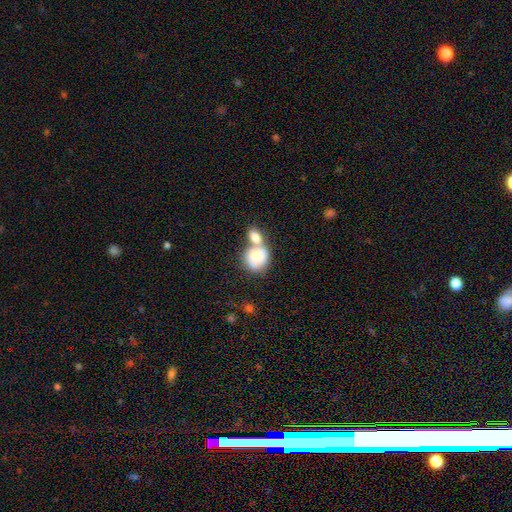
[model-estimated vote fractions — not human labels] The model was most divided on "how rounded": round: 59%, in between: 40%, cigar-shaped: 1%. More confident: smooth or featured — smooth (74%); merging — merger (64%).